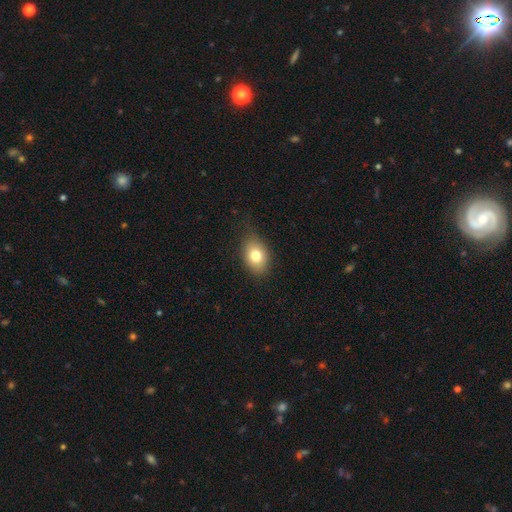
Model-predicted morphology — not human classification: A smooth galaxy with no disk features (78%) that is in between round and cigar-shaped (74%).

Vote fractions:
- Smooth or featured? smooth: 78% / featured or disk: 13% / star or artifact: 10%
- How rounded? in between: 74% / round: 25% / cigar-shaped: 1%
- Merging? none: 74% / minor disturbance: 20% / major disturbance: 4% / merger: 1%